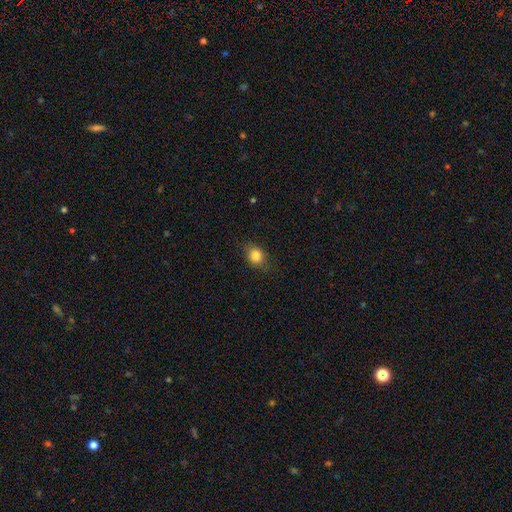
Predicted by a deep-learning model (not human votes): Overall: smooth (82%). How rounded: round (56%; in between 42%). Merging: none (78%).